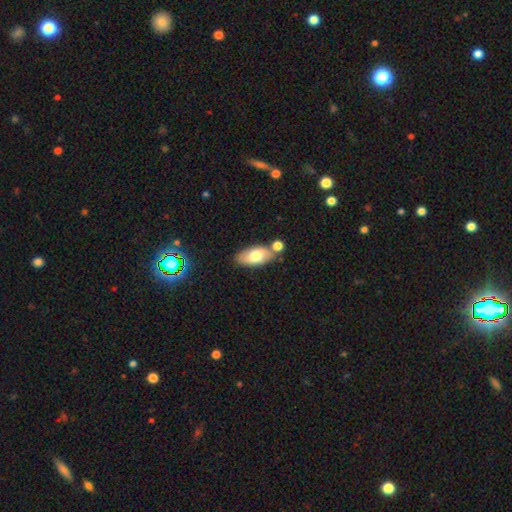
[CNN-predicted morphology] type=smooth (70%); roundness=in between (90%); merging=none (67%).